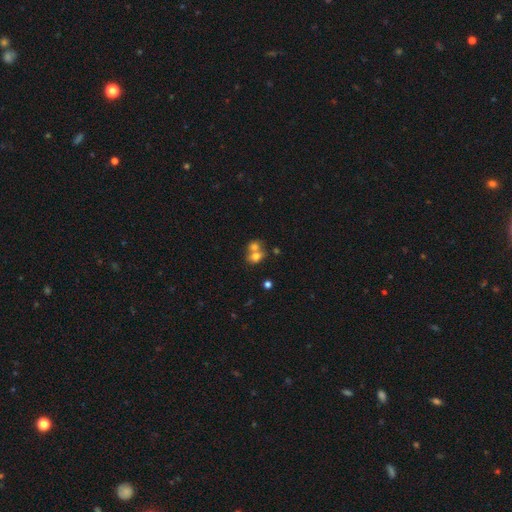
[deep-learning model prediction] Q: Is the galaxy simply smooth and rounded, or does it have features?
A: smooth — 71%.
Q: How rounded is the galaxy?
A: round — 57%.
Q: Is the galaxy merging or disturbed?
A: merger — 61%.